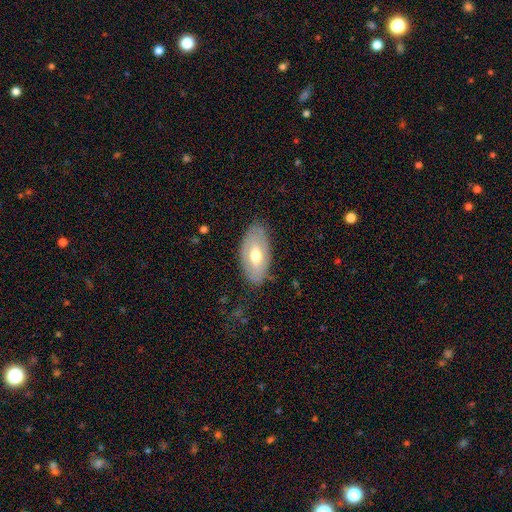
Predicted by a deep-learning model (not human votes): Q: Smooth or featured?
A: featured or disk (47%); tied with: smooth (47%)
Q: Merging?
A: none (81%); runner-up: minor disturbance (14%)